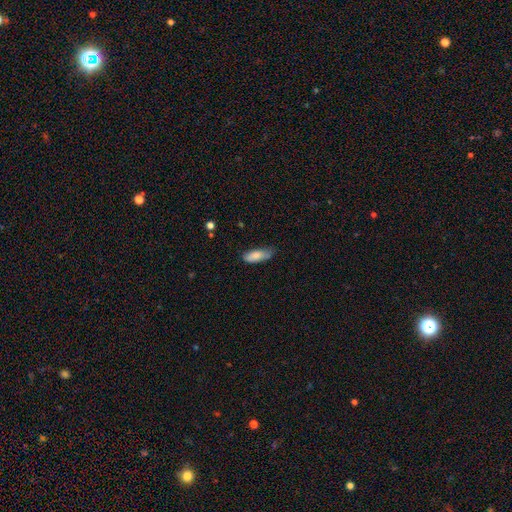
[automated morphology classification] Smooth or featured: smooth — 82% (featured or disk — 12%)
How rounded: in between — 68% (cigar-shaped — 30%)
Merging: none — 58% (minor disturbance — 34%)